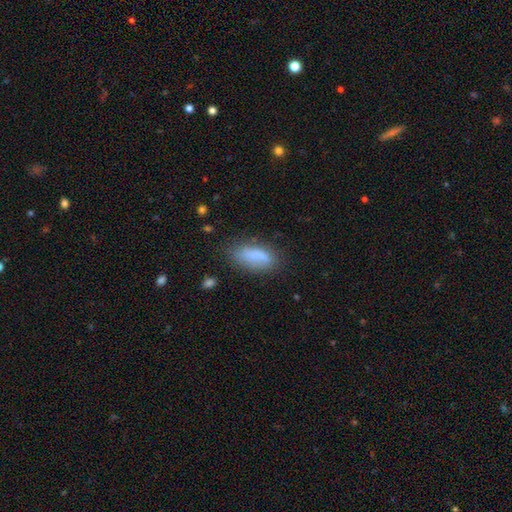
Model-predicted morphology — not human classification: Overall: smooth (78%). How rounded: in between (77%). Merging: none (61%; minor disturbance 25%).